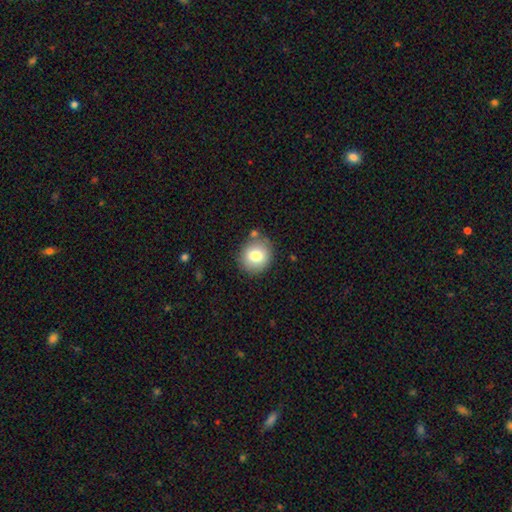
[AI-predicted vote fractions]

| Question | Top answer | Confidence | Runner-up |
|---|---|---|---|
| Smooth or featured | smooth | 79% | featured or disk (12%) |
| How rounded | round | 77% | in between (22%) |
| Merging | none | 81% | minor disturbance (11%) |